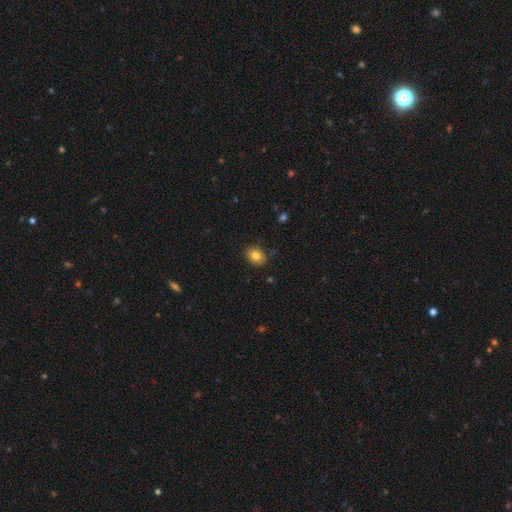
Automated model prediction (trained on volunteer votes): Smooth or featured?
  - smooth: 81% *
  - star or artifact: 10%
  - featured or disk: 9%
How rounded?
  - in between: 52% *
  - round: 47%
  - cigar-shaped: 1%
Merging?
  - none: 85% *
  - minor disturbance: 11%
  - major disturbance: 2%
  - merger: 1%